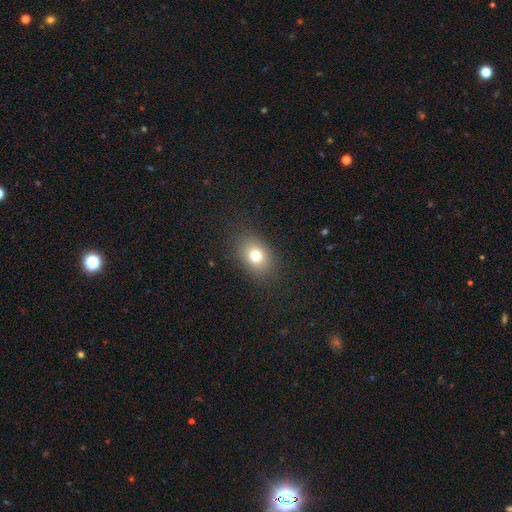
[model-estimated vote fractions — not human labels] The model was most divided on "how rounded": in between: 66%, round: 33%, cigar-shaped: 1%. More confident: merging — none (85%); smooth or featured — smooth (75%).